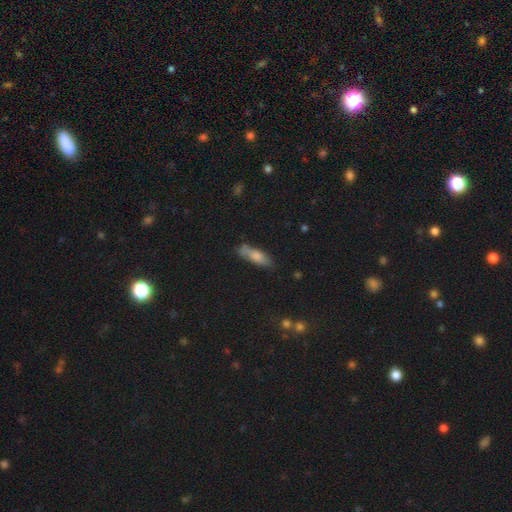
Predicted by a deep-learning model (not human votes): smooth_or_featured: smooth (p=0.71) [alt: featured or disk p=0.21]
how_rounded: in between (p=0.50) [alt: cigar-shaped p=0.47]
merging: none (p=0.65) [alt: minor disturbance p=0.24]